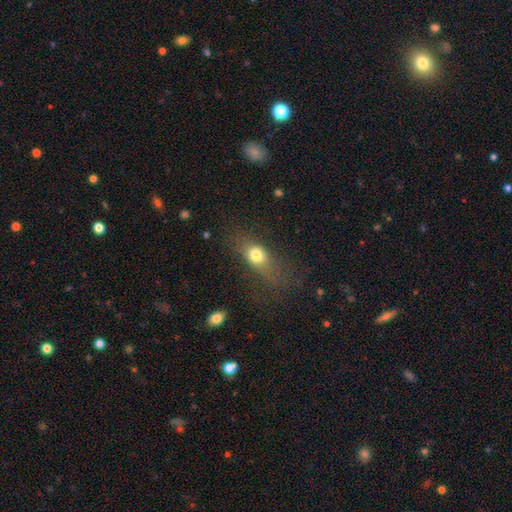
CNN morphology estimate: smooth-or-featured: smooth: 73% | featured or disk: 15% | star or artifact: 12%
  how-rounded: in between: 62% | round: 26% | cigar-shaped: 12%
  merging: none: 54% | major disturbance: 22% | minor disturbance: 21% | merger: 3%